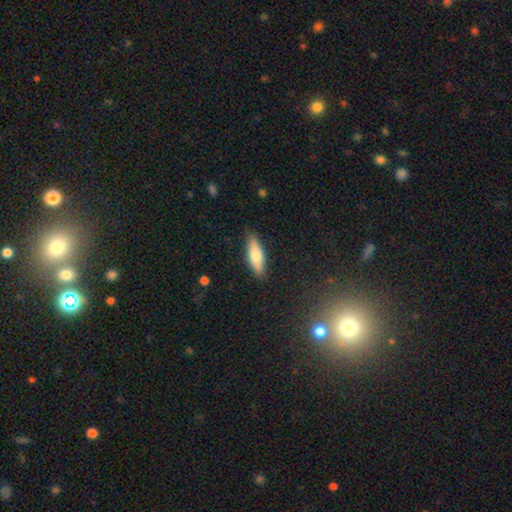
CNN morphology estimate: Smooth or featured: smooth — 68% (featured or disk — 26%)
How rounded: in between — 54% (cigar-shaped — 44%)
Merging: none — 85% (minor disturbance — 12%)